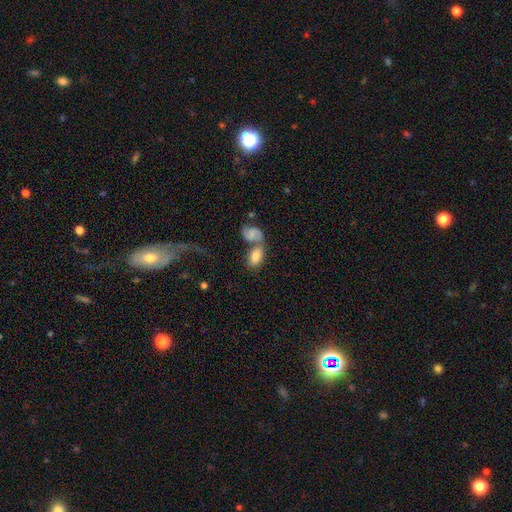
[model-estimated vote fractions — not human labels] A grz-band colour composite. It shows a smooth galaxy with no disk features (70%) that is in between round and cigar-shaped (89%). Merging: merger (59%).